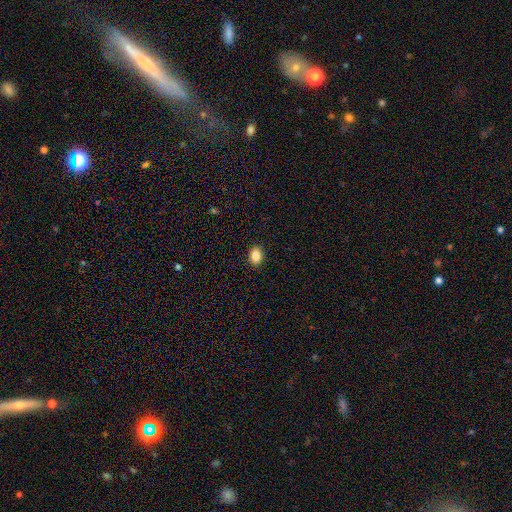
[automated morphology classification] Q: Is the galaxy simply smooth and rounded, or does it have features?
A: smooth — 86%.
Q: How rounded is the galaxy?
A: in between — 69%.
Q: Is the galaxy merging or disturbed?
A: none — 89%.